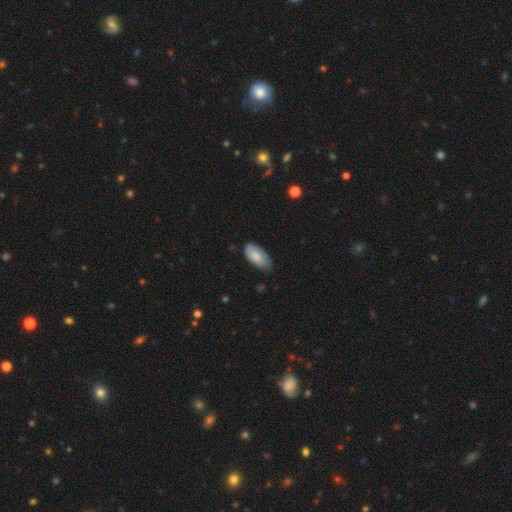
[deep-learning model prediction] smooth_or_featured: smooth (p=0.80) [alt: featured or disk p=0.15]
how_rounded: in between (p=0.94) [alt: cigar-shaped p=0.04]
merging: none (p=0.75) [alt: minor disturbance p=0.21]